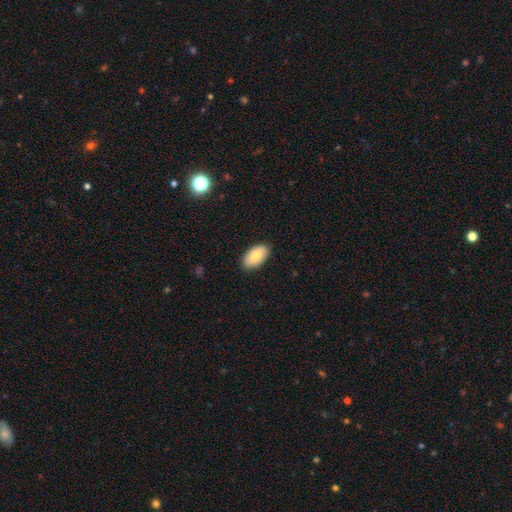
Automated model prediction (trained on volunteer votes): smooth-or-featured: smooth: 84% | featured or disk: 10% | star or artifact: 6%
  how-rounded: in between: 95% | round: 3% | cigar-shaped: 2%
  merging: none: 88% | minor disturbance: 9% | major disturbance: 2% | merger: 1%